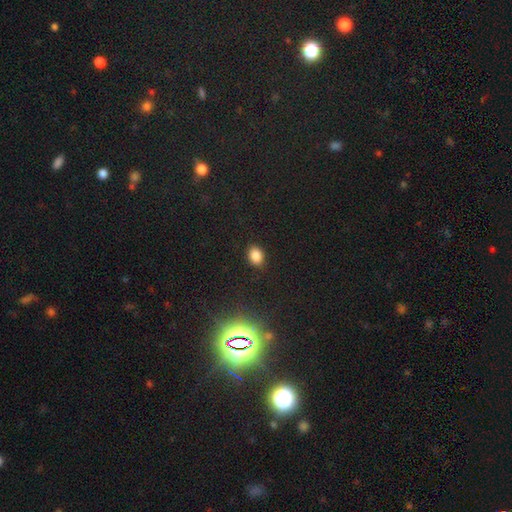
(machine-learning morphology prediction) The model was most divided on "how rounded": in between: 66%, round: 33%, cigar-shaped: 1%. More confident: merging — none (88%); smooth or featured — smooth (83%).